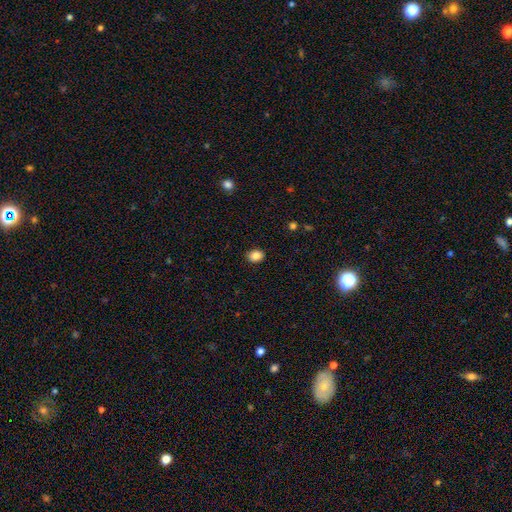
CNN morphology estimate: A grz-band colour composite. It shows a smooth galaxy with no disk features (86%) that is in between round and cigar-shaped (61%). Merging: none (89%).